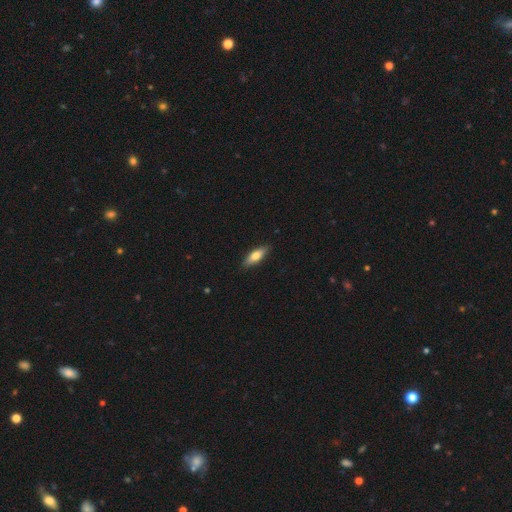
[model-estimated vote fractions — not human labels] Morphology: type=smooth (68%); roundness=in between (57%); merging=none (87%).